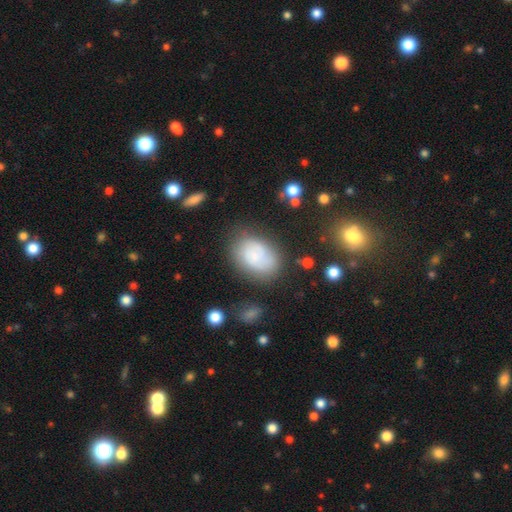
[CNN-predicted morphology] smooth 62%, featured or disk 28%, star or artifact 10%. Down the decision tree: how rounded — in between (80%); merging — none (65%).